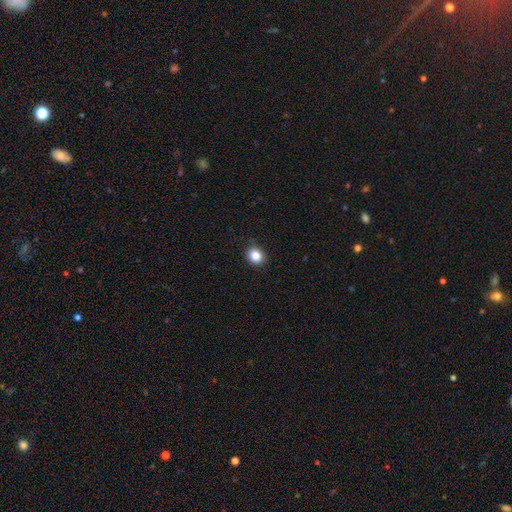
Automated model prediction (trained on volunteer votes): This is clearly a smooth galaxy (85%). How rounded: likely round (72%). Merging: clearly none (85%).